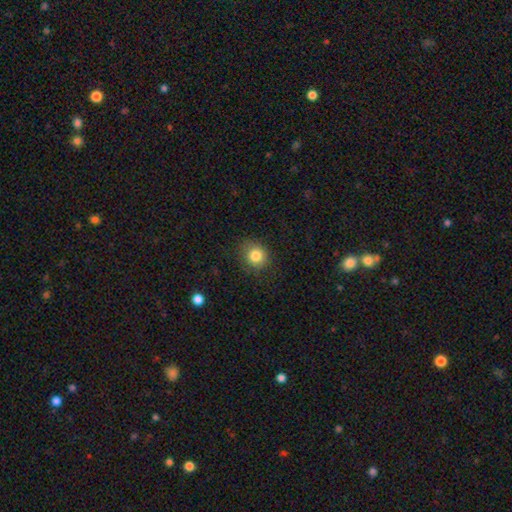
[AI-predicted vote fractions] Smooth or featured? Predicted: smooth (p=0.83). How rounded? Predicted: round (p=0.82). Merging? Predicted: none (p=0.81).